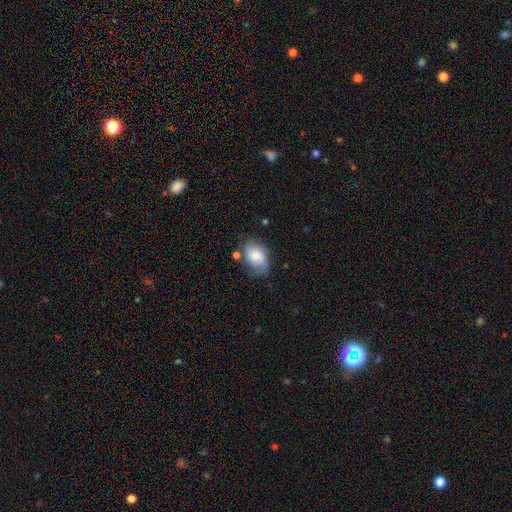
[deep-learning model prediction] Smooth or featured? Predicted: smooth (p=0.46, tied with featured or disk). Merging? Predicted: none (p=0.57).